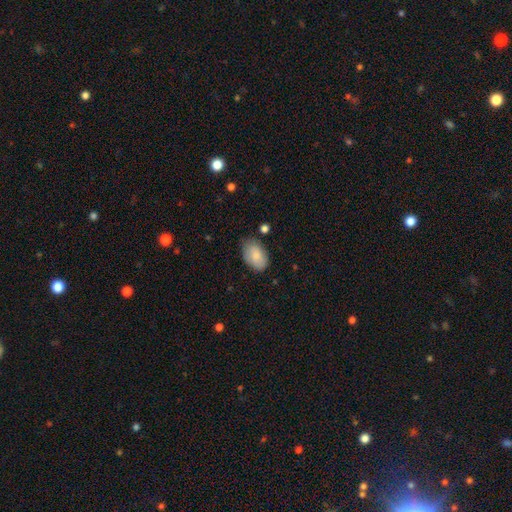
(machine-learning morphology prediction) This appears to be a smooth galaxy with no disk features (85%) that is in between round and cigar-shaped (91%). Merging: none (72%).